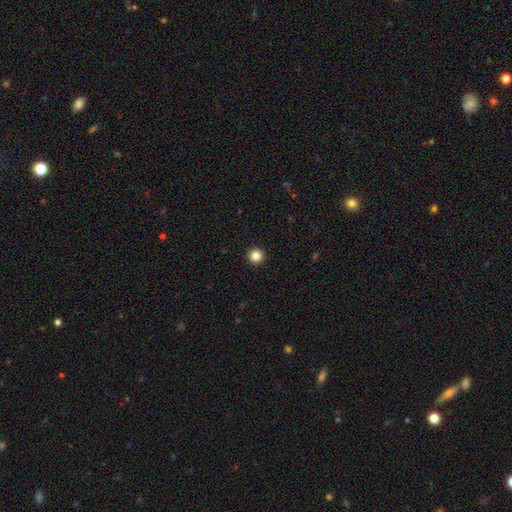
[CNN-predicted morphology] Smooth or featured?
  - smooth: 85% *
  - star or artifact: 11%
  - featured or disk: 4%
How rounded?
  - round: 97% *
  - in between: 2%
  - cigar-shaped: 1%
Merging?
  - none: 94% *
  - minor disturbance: 4%
  - major disturbance: 1%
  - merger: 1%